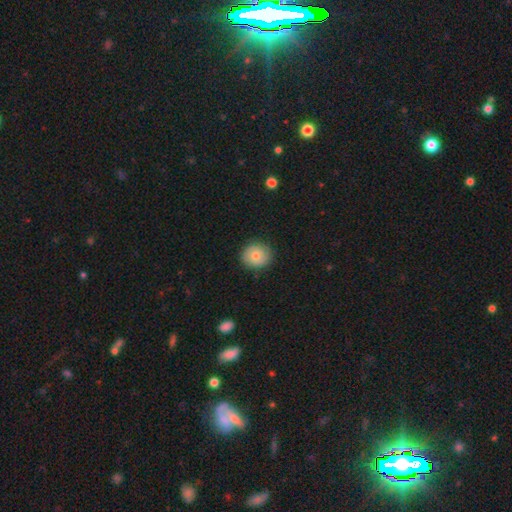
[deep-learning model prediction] Overall: smooth (68%). How rounded: round (82%). Merging: none (84%).